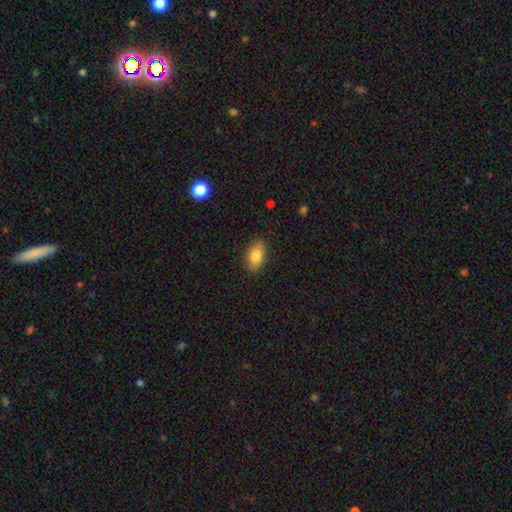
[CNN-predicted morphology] smooth_or_featured: smooth (p=0.80) [alt: featured or disk p=0.12]
how_rounded: in between (p=0.89) [alt: round p=0.06]
merging: none (p=0.86) [alt: minor disturbance p=0.11]